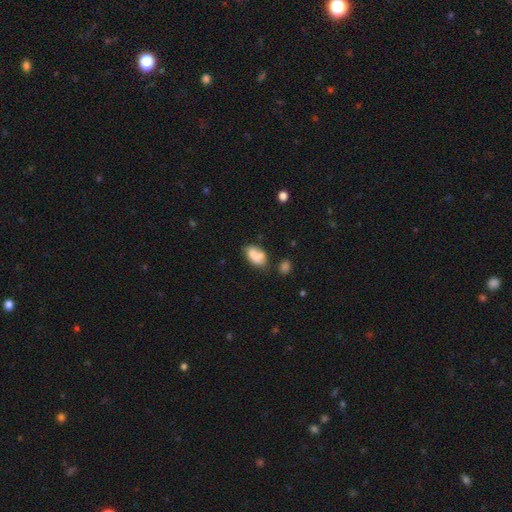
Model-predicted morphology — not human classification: smooth-or-featured: smooth: 78% | featured or disk: 14% | star or artifact: 9%
  how-rounded: in between: 89% | round: 8% | cigar-shaped: 3%
  merging: none: 45% | minor disturbance: 26% | merger: 20% | major disturbance: 9%